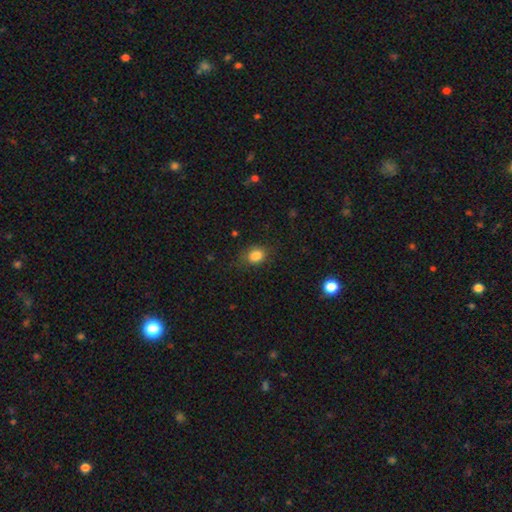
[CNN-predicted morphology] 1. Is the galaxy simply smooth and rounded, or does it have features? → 84% smooth, 10% star or artifact, 6% featured or disk.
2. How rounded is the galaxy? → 58% in between, 40% round, 1% cigar-shaped.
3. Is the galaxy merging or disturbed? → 72% none, 20% minor disturbance, 6% major disturbance, 2% merger.